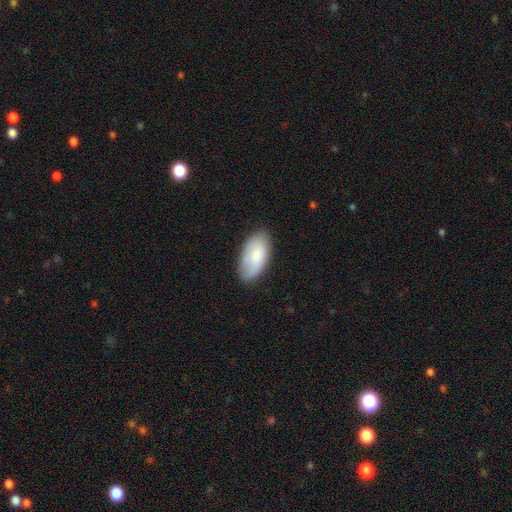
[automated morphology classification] This is clearly a smooth galaxy (80%). How rounded: clearly in between (95%). Merging: clearly none (81%).